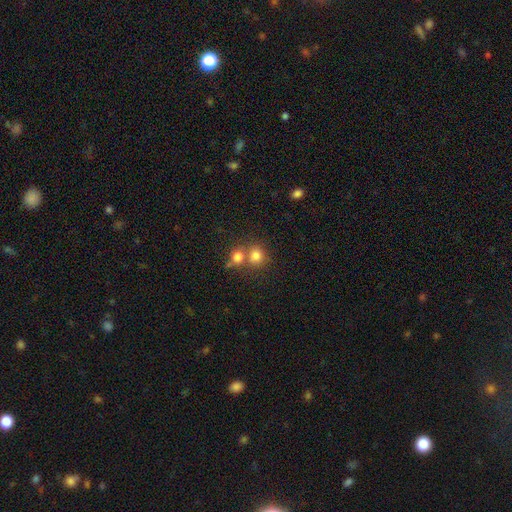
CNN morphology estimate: Smooth or featured? smooth (78%)
How rounded? round (80%)
Merging? merger (45%, tied with none)